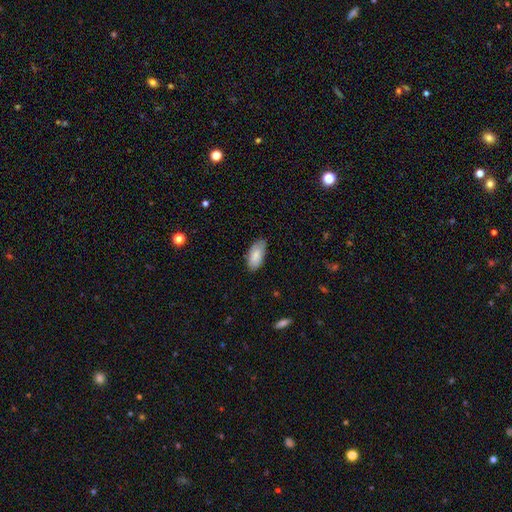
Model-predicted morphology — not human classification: Overall: smooth (83%). How rounded: in between (92%). Merging: none (78%).